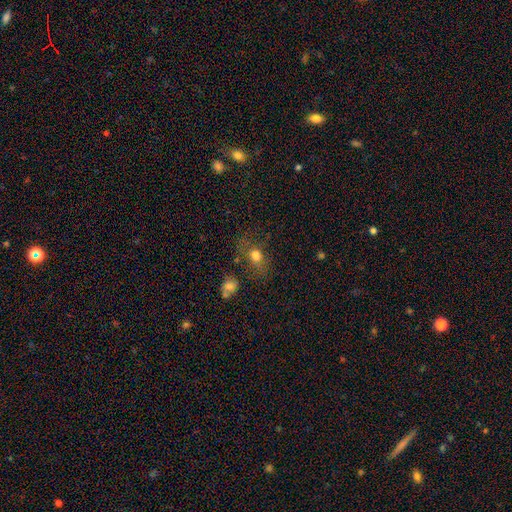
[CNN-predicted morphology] Overall: smooth (71%). How rounded: in between (59%; round 37%). Merging: none (60%; minor disturbance 20%).